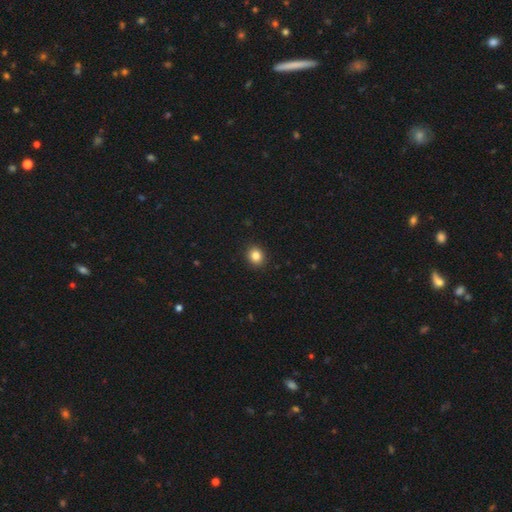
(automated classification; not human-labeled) smooth 85%, star or artifact 10%, featured or disk 5%. Down the decision tree: how rounded — round (77%); merging — none (92%).